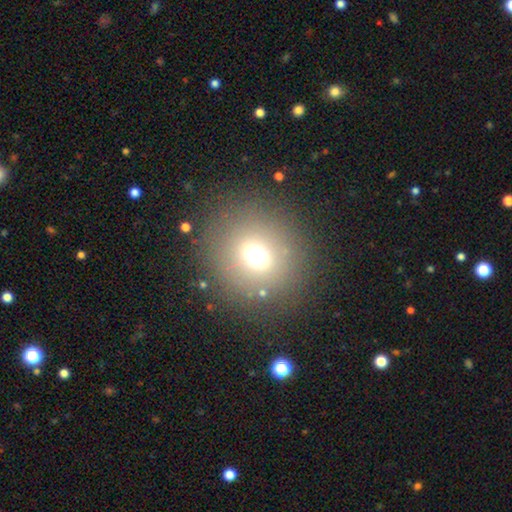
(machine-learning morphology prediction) Smooth or featured? smooth (67%)
How rounded? round (85%)
Merging? none (84%)